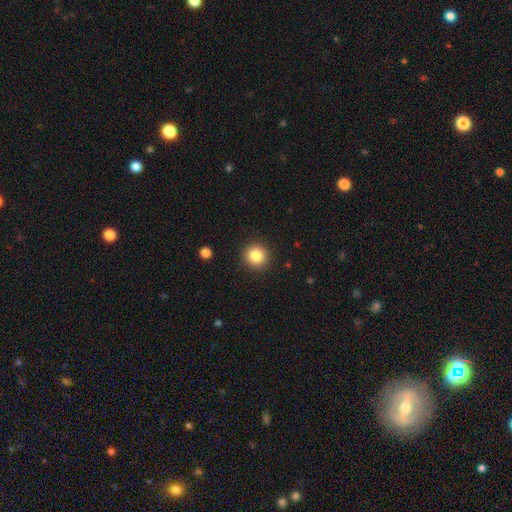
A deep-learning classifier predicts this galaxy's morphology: Smooth or featured?
  - smooth: 85% *
  - star or artifact: 10%
  - featured or disk: 5%
How rounded?
  - round: 93% *
  - in between: 7%
  - cigar-shaped: 1%
Merging?
  - none: 91% *
  - minor disturbance: 6%
  - major disturbance: 2%
  - merger: 1%